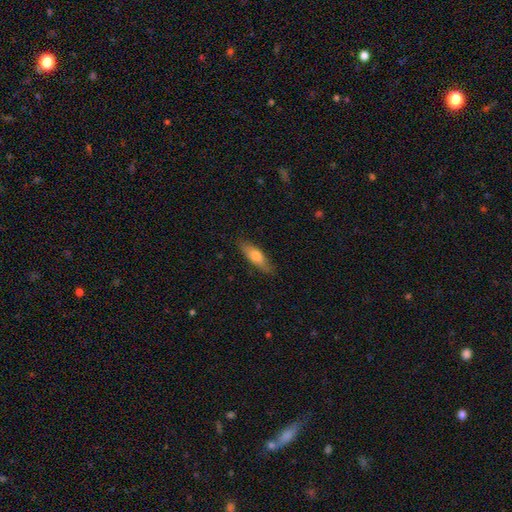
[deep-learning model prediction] Overall: smooth (72%). How rounded: in between (49%, tied with cigar-shaped). Merging: none (82%).